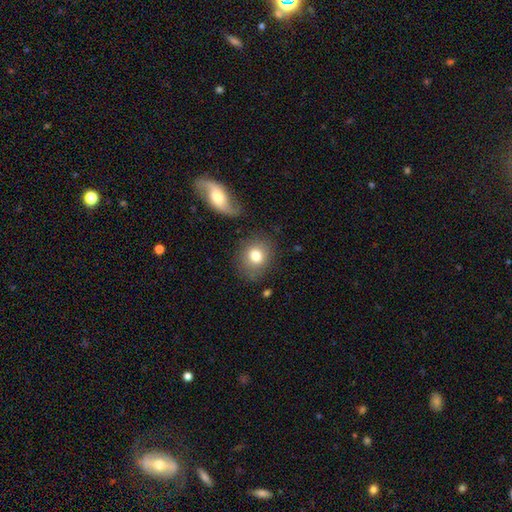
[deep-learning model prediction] Overall: smooth (78%). How rounded: round (69%; in between 30%). Merging: none (76%).